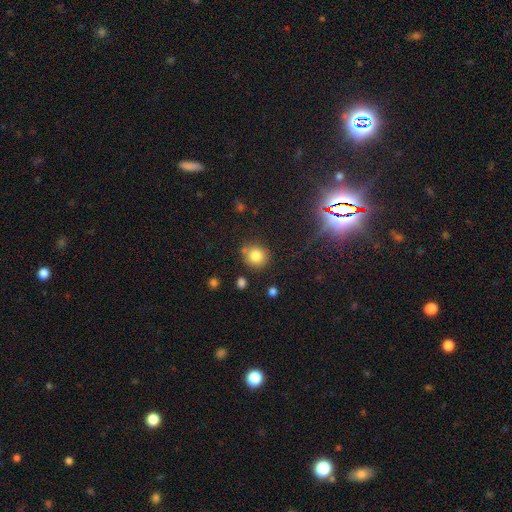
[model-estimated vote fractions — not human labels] A smooth galaxy with no disk features (81%) that is round (90%).

Vote fractions:
- Smooth or featured? smooth: 81% / star or artifact: 12% / featured or disk: 7%
- How rounded? round: 90% / in between: 9% / cigar-shaped: 1%
- Merging? none: 76% / minor disturbance: 11% / merger: 9% / major disturbance: 4%